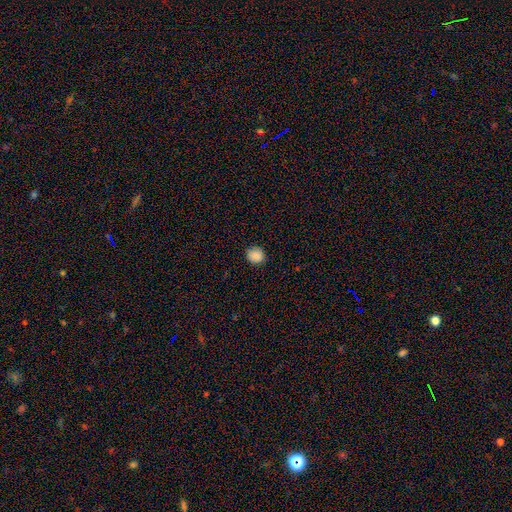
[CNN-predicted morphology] The model was most divided on "how rounded": round: 84%, in between: 15%, cigar-shaped: 1%. More confident: smooth or featured — smooth (88%); merging — none (86%).